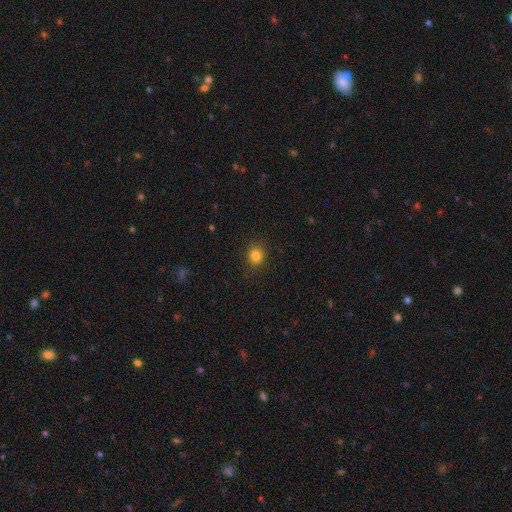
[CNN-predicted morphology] Smooth or featured? Predicted: smooth (p=0.83). How rounded? Predicted: round (p=0.85). Merging? Predicted: none (p=0.88).